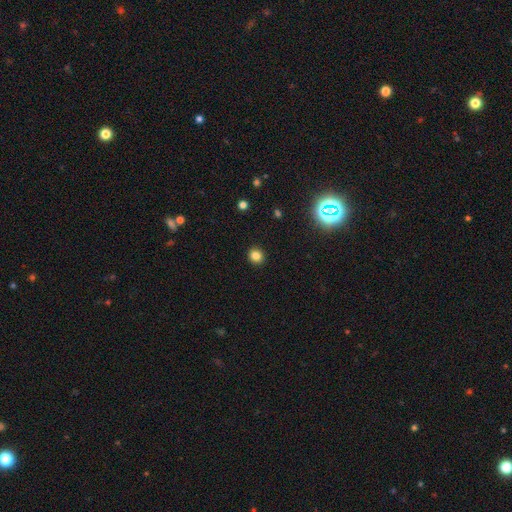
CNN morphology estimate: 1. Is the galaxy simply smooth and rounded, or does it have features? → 82% smooth, 14% star or artifact, 5% featured or disk.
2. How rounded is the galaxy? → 86% round, 13% in between, 1% cigar-shaped.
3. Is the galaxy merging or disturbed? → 92% none, 5% minor disturbance, 2% major disturbance, 1% merger.